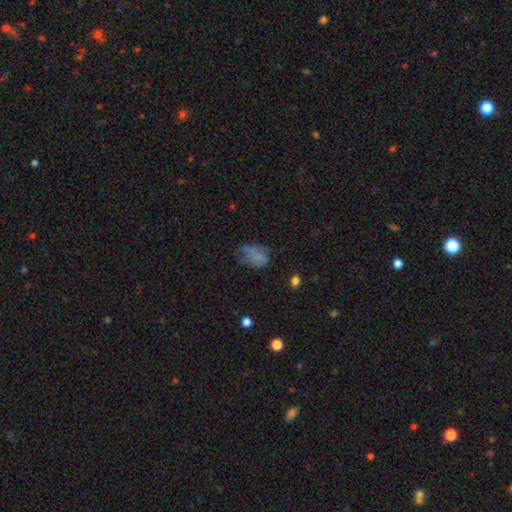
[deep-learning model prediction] smooth 64%, featured or disk 21%, star or artifact 15%. Down the decision tree: how rounded — in between (82%); merging — none (38%).